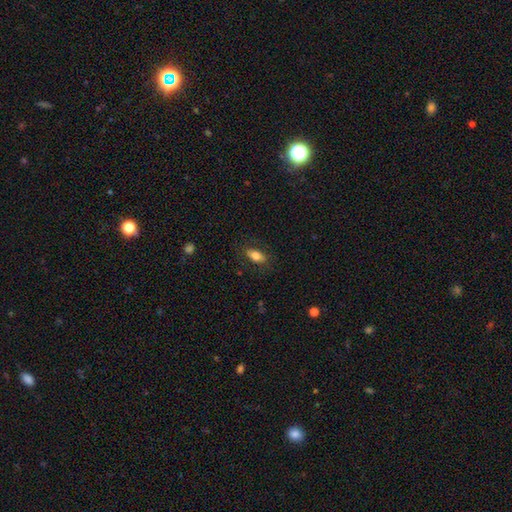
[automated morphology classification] Overall: smooth (78%). How rounded: in between (86%). Merging: none (83%).